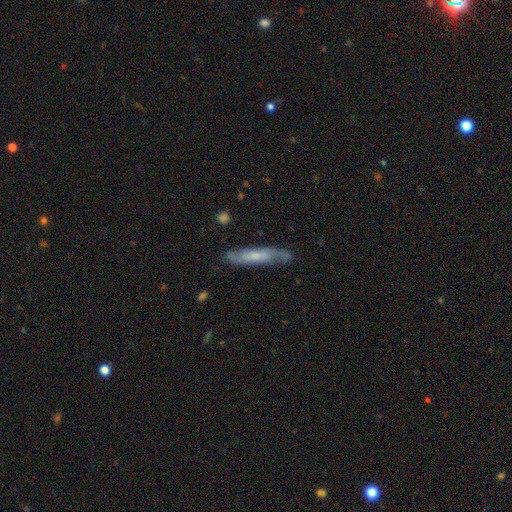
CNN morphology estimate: A featured or disk galaxy (57%). Merging: none (72%).